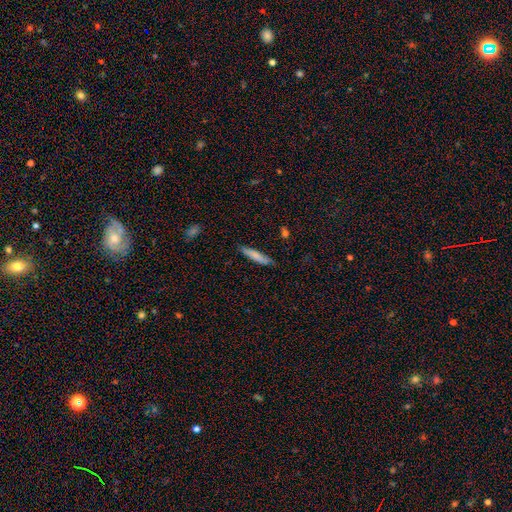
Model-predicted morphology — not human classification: type=smooth (78%); roundness=cigar-shaped (88%); merging=none (83%).